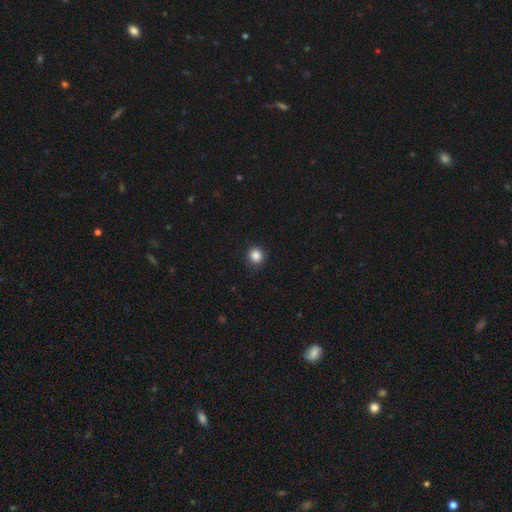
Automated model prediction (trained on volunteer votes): The model was most divided on "smooth or featured": smooth: 85%, star or artifact: 11%, featured or disk: 4%. More confident: how rounded — round (91%); merging — none (87%).